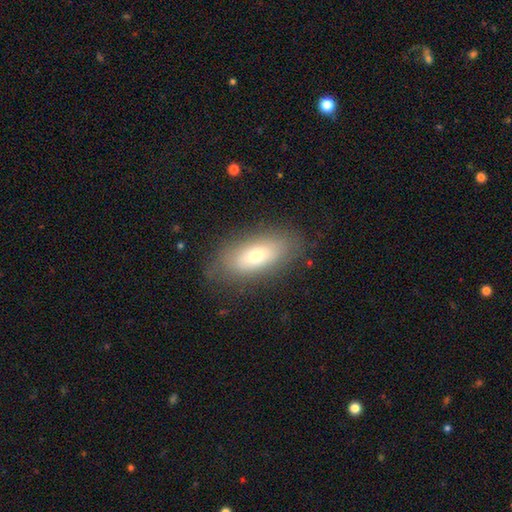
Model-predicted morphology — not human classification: Smooth or featured? smooth (69%)
How rounded? in between (85%)
Merging? none (78%)